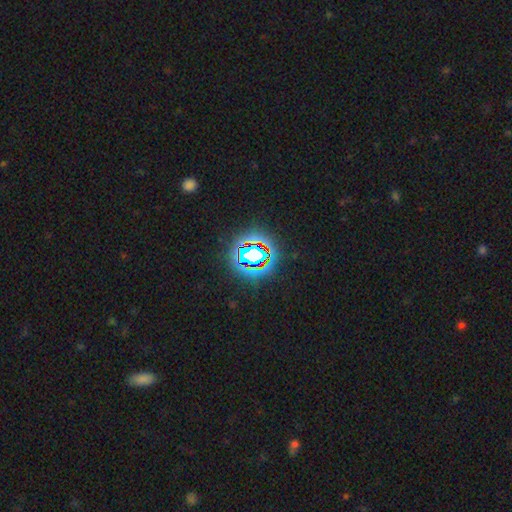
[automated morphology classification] star or artifact 72%, smooth 16%, featured or disk 12%.